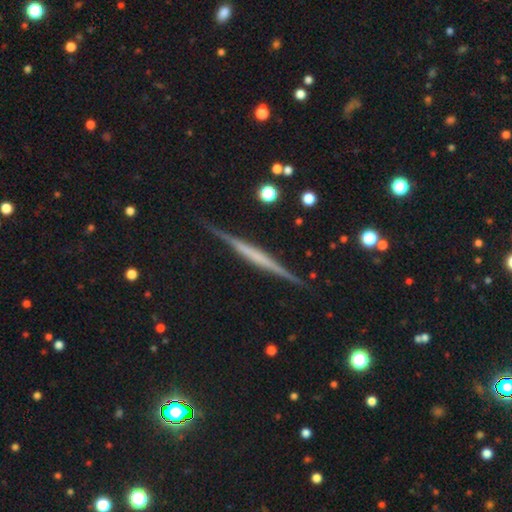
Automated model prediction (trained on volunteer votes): Smooth or featured?
  - featured or disk: 73% *
  - smooth: 20%
  - star or artifact: 8%
Edge-on disk?
  - yes: 98% *
  - no: 2%
Edge-on bulge?
  - none: 68% *
  - rounded: 18%
  - boxy: 14%
Merging?
  - none: 90% *
  - minor disturbance: 7%
  - major disturbance: 2%
  - merger: 1%